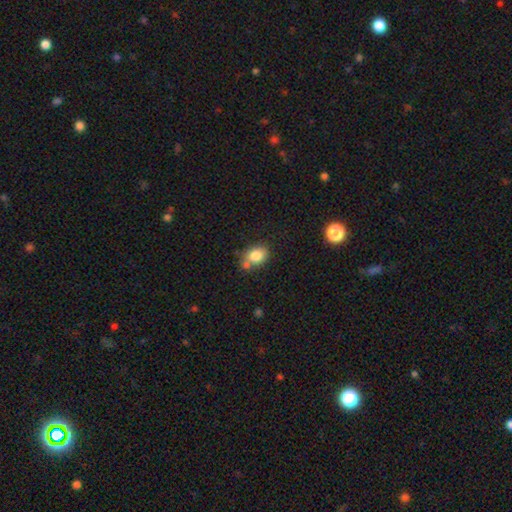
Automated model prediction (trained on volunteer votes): smooth-or-featured: smooth: 82% | star or artifact: 9% | featured or disk: 8%
  how-rounded: in between: 61% | round: 38% | cigar-shaped: 1%
  merging: none: 57% | merger: 21% | minor disturbance: 17% | major disturbance: 5%